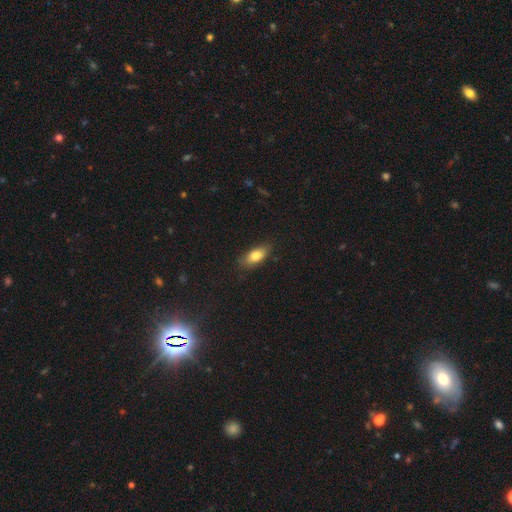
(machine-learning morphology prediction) Smooth or featured: smooth — 79% (featured or disk — 13%)
How rounded: in between — 85% (cigar-shaped — 11%)
Merging: none — 79% (minor disturbance — 16%)